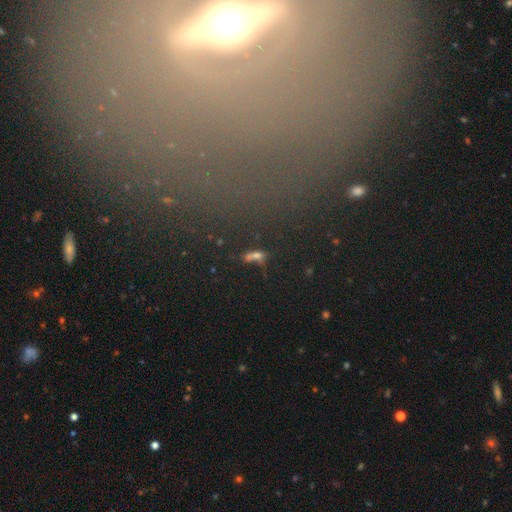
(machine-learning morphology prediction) smooth_or_featured: smooth (p=0.46) [alt: star or artifact p=0.34]
merging: none (p=0.48) [alt: merger p=0.21]